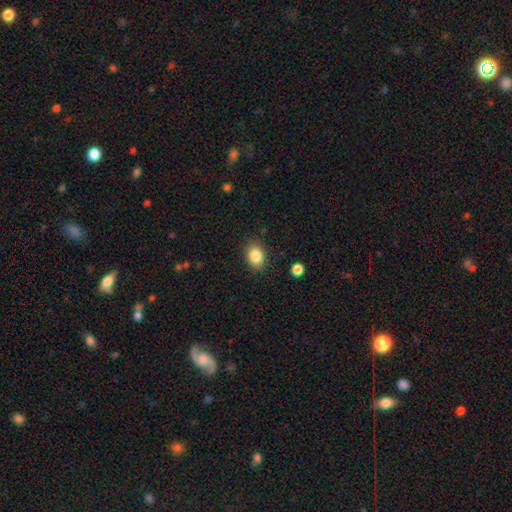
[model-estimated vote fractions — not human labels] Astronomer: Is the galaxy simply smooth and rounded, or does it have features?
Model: smooth — 85%.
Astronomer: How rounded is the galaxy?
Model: in between — 59% (runner-up: round, 40%).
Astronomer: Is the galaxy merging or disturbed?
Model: none — 86%.